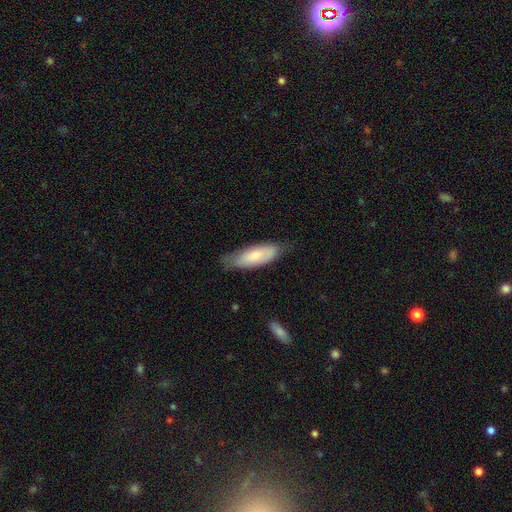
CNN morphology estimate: A smooth galaxy with no disk features (72%) that is in between round and cigar-shaped (67%).

Vote fractions:
- Smooth or featured? smooth: 72% / featured or disk: 23% / star or artifact: 6%
- How rounded? in between: 67% / cigar-shaped: 31% / round: 2%
- Merging? none: 63% / minor disturbance: 29% / major disturbance: 7% / merger: 1%